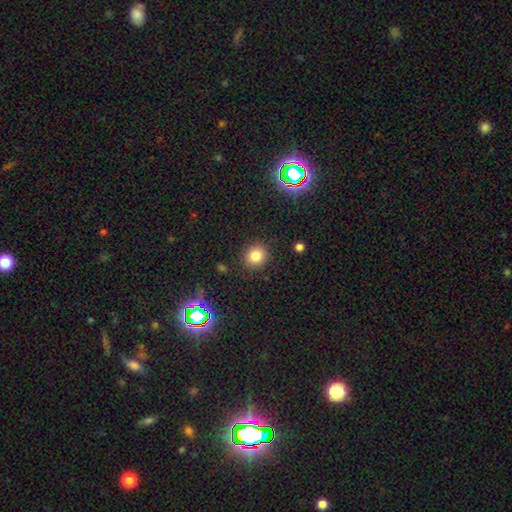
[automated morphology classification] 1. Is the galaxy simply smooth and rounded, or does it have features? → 80% smooth, 14% star or artifact, 6% featured or disk.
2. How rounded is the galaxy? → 87% round, 12% in between, 1% cigar-shaped.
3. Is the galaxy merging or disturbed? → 88% none, 7% minor disturbance, 3% major disturbance, 2% merger.